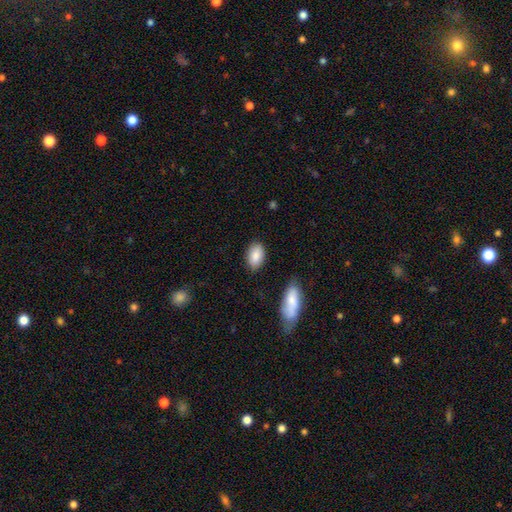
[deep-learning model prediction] This appears to be a smooth galaxy with no disk features (87%) that is in between round and cigar-shaped (91%). Merging: none (83%).